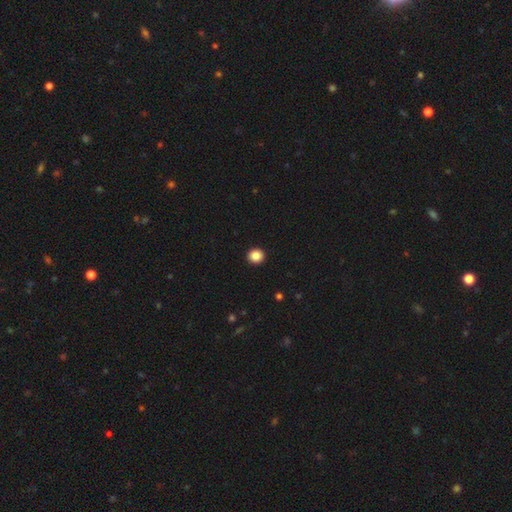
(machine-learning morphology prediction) This appears to be a smooth galaxy with no disk features (87%) that is round (90%). Merging: none (94%).